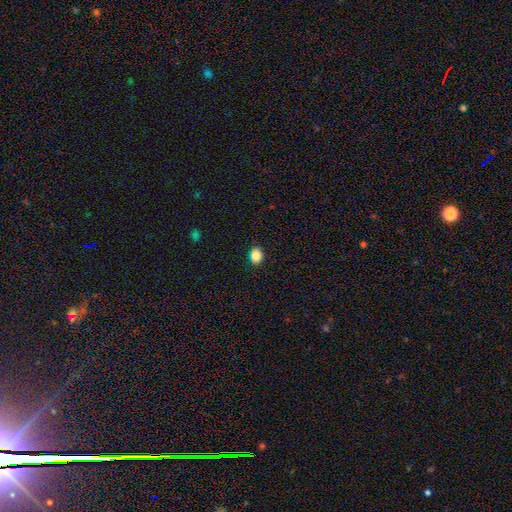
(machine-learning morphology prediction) A smooth galaxy with no disk features (86%) that is in between round and cigar-shaped (58%).

Vote fractions:
- Smooth or featured? smooth: 86% / star or artifact: 10% / featured or disk: 4%
- How rounded? in between: 58% / round: 41% / cigar-shaped: 1%
- Merging? none: 87% / minor disturbance: 10% / major disturbance: 2% / merger: 1%